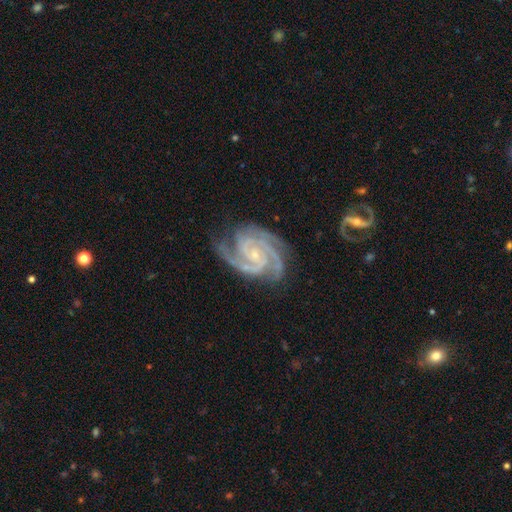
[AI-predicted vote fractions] A featured or disk galaxy (92%) with no bar (54%), 3 (51%) tight (63%) spiral arms (99%) and a small central bulge (77%). Merging: none (72%).